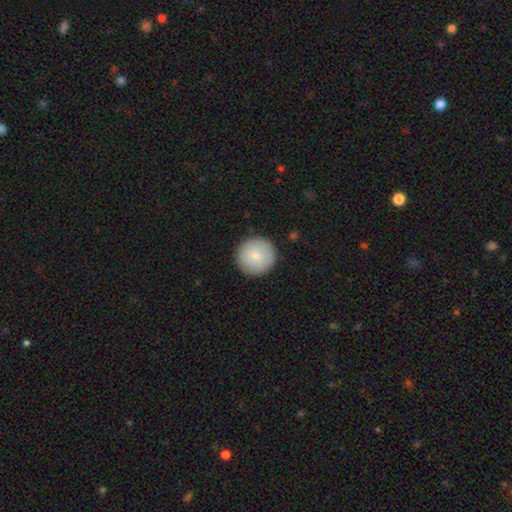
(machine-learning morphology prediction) A smooth galaxy with no disk features (82%) that is round (95%). Merging: none (90%).